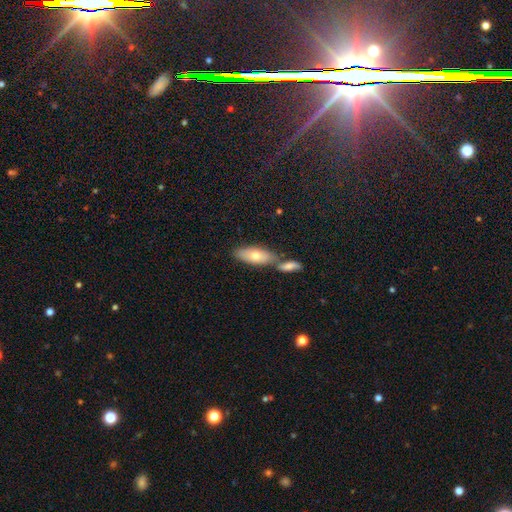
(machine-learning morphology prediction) smooth_or_featured: smooth (p=0.68) [alt: featured or disk p=0.24]
how_rounded: in between (p=0.76) [alt: cigar-shaped p=0.22]
merging: none (p=0.52) [alt: merger p=0.33]